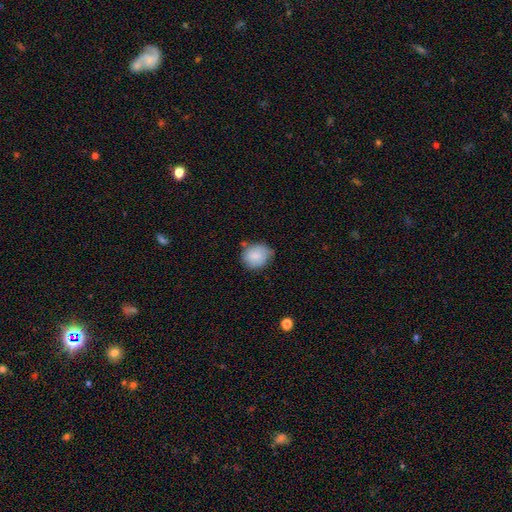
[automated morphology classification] Q: Smooth or featured?
A: smooth (82%); runner-up: featured or disk (11%)
Q: How rounded?
A: round (66%); runner-up: in between (33%)
Q: Merging?
A: none (61%); runner-up: minor disturbance (29%)